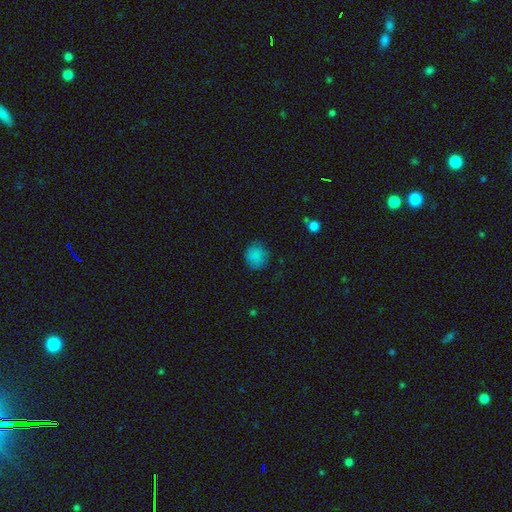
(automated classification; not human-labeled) Smooth or featured?
  - smooth: 85% *
  - star or artifact: 11%
  - featured or disk: 4%
How rounded?
  - round: 88% *
  - in between: 11%
  - cigar-shaped: 1%
Merging?
  - none: 83% *
  - minor disturbance: 12%
  - major disturbance: 3%
  - merger: 1%